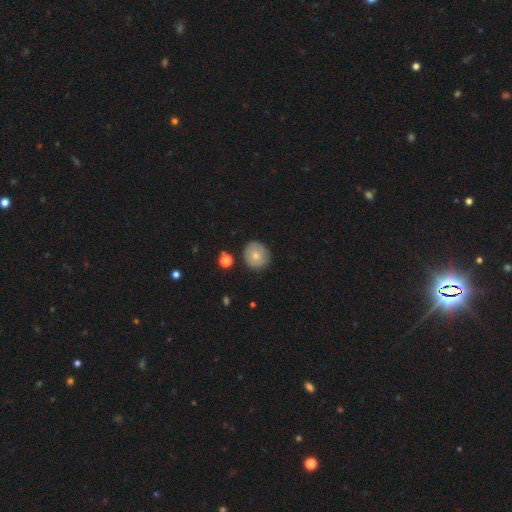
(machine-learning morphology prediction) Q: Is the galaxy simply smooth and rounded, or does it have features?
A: smooth — 70%.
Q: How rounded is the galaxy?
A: round — 87%.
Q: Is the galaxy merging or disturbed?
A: none — 84%.